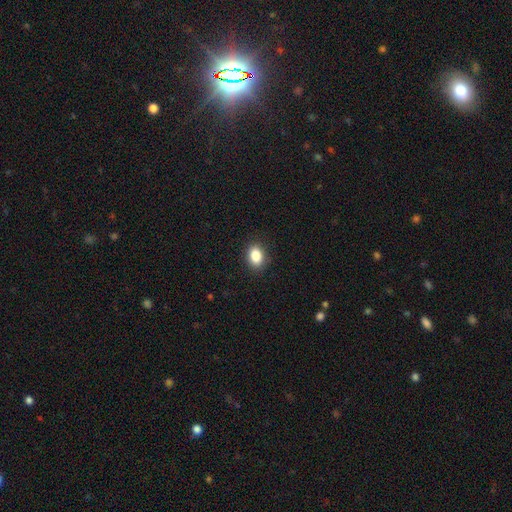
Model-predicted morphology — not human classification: Smooth or featured?
  - smooth: 86% *
  - star or artifact: 9%
  - featured or disk: 5%
How rounded?
  - in between: 74% *
  - round: 25%
  - cigar-shaped: 1%
Merging?
  - none: 88% *
  - minor disturbance: 9%
  - major disturbance: 2%
  - merger: 1%